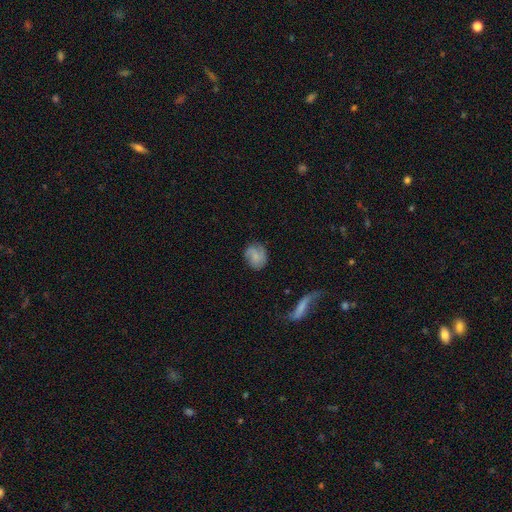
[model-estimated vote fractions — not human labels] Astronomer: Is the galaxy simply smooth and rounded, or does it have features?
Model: smooth — 58% (runner-up: featured or disk, 34%).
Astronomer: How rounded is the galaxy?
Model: round — 60% (runner-up: in between, 39%).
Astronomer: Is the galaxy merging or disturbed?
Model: none — 71%.